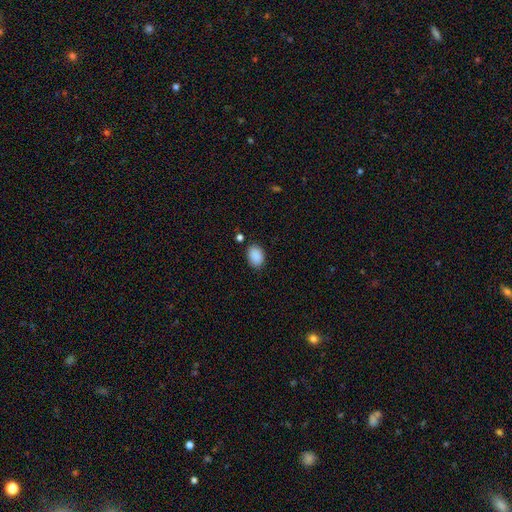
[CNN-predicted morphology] Smooth or featured: smooth — 90% (star or artifact — 7%)
How rounded: in between — 83% (round — 16%)
Merging: none — 82% (minor disturbance — 12%)